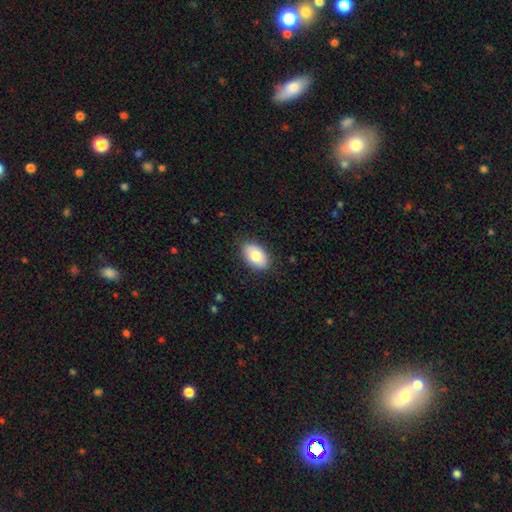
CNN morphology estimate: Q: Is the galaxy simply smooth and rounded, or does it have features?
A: smooth — 81%.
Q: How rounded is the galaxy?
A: in between — 92%.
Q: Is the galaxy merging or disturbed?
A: none — 85%.